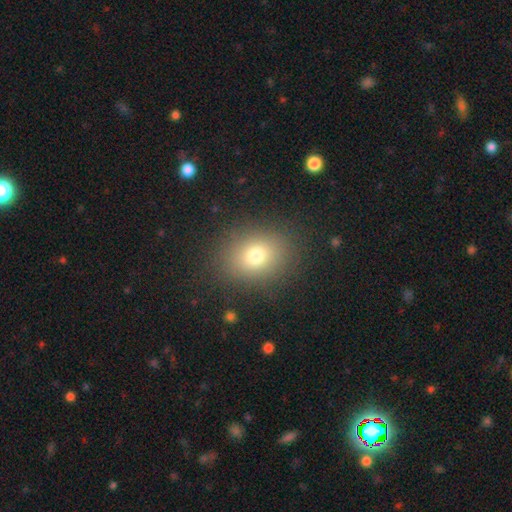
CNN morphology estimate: Q: Smooth or featured?
A: smooth (75%); runner-up: star or artifact (14%)
Q: How rounded?
A: round (49%); tied with: in between (49%)
Q: Merging?
A: none (87%); runner-up: minor disturbance (8%)